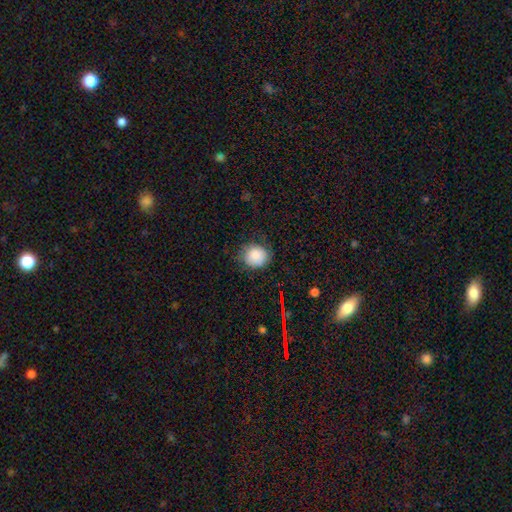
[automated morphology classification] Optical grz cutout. It shows a smooth galaxy with no disk features (82%) that is round (78%). Merging: none (71%).